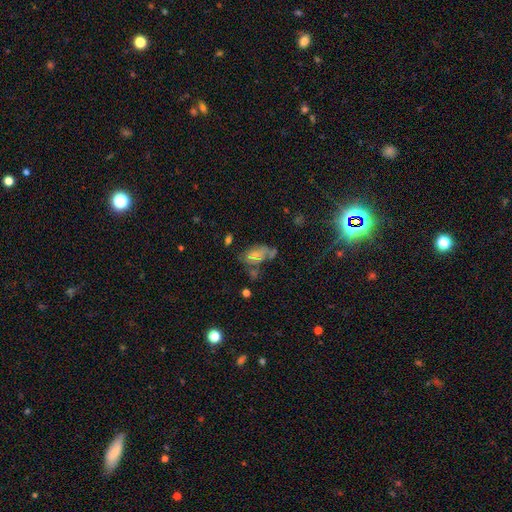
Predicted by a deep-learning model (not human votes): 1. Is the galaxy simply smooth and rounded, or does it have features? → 54% smooth, 33% featured or disk, 14% star or artifact.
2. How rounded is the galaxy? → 90% in between, 7% round, 4% cigar-shaped.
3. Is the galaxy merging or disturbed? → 29% none, 26% major disturbance, 24% minor disturbance, 20% merger.